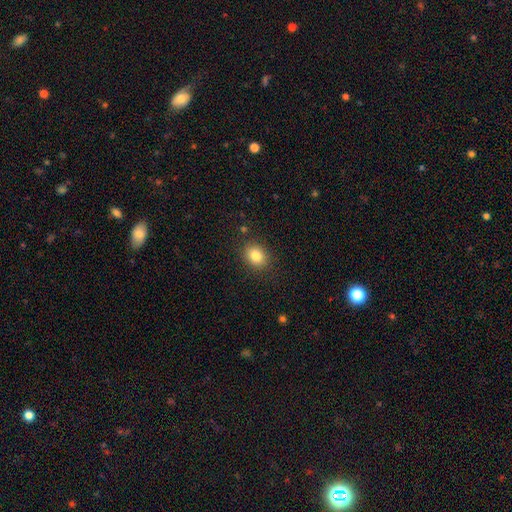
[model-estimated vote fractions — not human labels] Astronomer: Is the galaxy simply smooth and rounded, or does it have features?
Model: smooth — 82%.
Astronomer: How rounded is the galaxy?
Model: round — 60% (runner-up: in between, 39%).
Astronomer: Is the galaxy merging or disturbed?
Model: none — 87%.